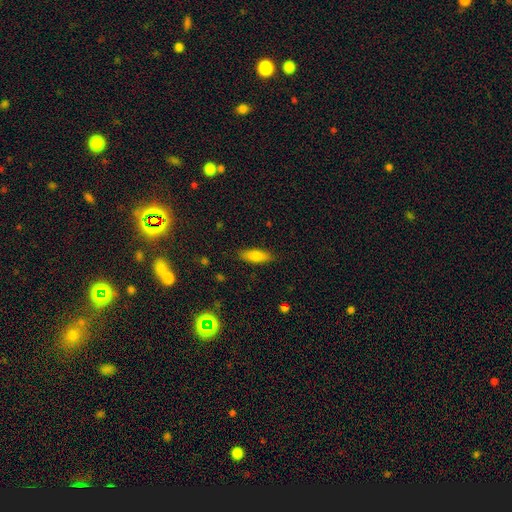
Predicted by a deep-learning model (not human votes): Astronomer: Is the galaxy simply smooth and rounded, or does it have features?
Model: smooth — 78%.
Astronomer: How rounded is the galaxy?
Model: in between — 63%.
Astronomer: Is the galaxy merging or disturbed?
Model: none — 87%.